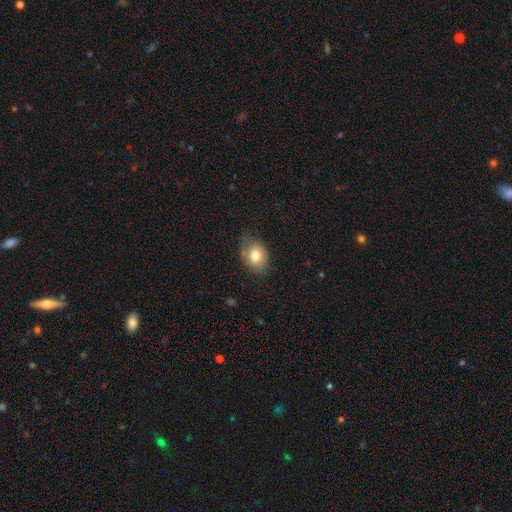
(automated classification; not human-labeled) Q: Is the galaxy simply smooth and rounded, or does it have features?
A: smooth — 78%.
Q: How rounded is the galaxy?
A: in between — 65%.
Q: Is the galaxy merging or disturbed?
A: none — 67%.